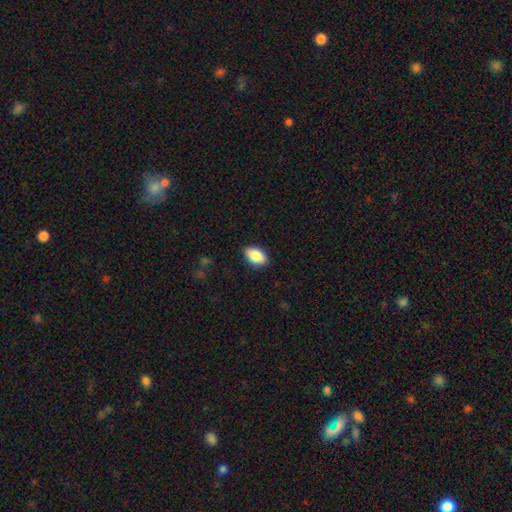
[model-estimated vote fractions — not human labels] Smooth or featured? smooth (85%)
How rounded? in between (92%)
Merging? none (87%)